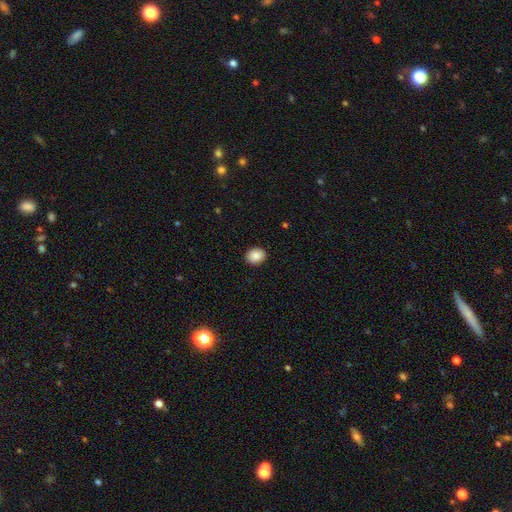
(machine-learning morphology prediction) Overall: smooth (88%). How rounded: round (58%; in between 42%). Merging: none (91%).